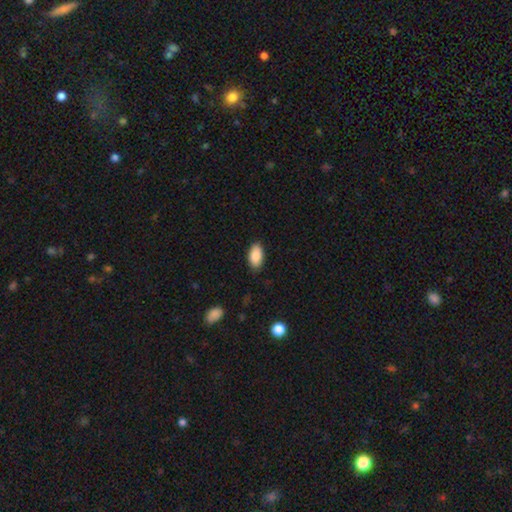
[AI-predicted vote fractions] smooth 87%, star or artifact 7%, featured or disk 6%. Down the decision tree: how rounded — in between (94%); merging — none (86%).